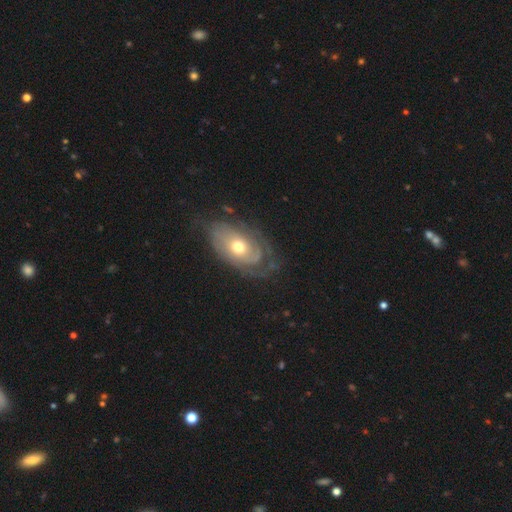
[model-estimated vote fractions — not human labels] Overall: featured or disk (74%). Edge-on disk: no (93%). Bar: no (82%). Spiral arms: yes (79%). Spiral arm count: can't tell (46%; 2 26%). Spiral winding: tight (69%). Bulge size: moderate (71%). Merging: none (69%).